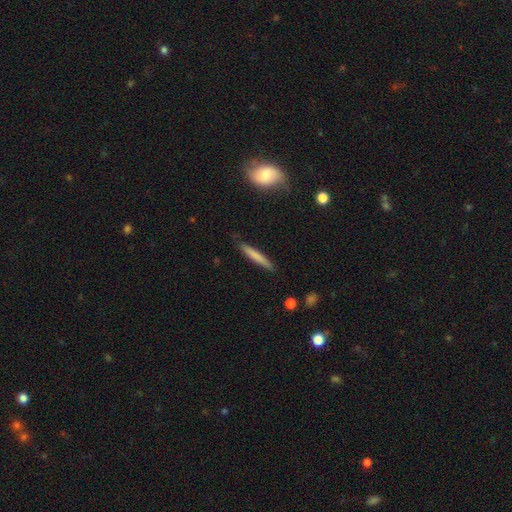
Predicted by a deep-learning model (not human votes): This appears to be a smooth galaxy with no disk features (73%) that is cigar-shaped (95%). Merging: none (88%).